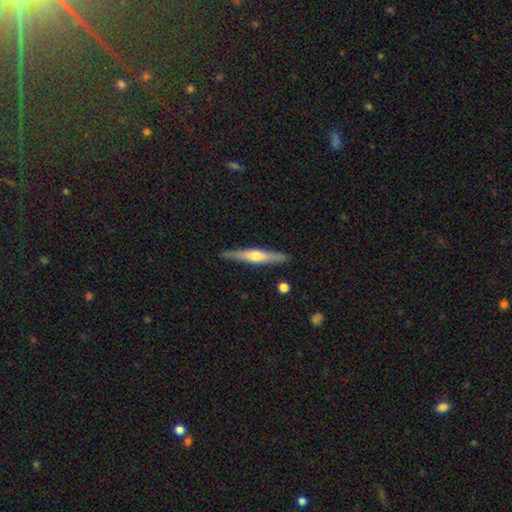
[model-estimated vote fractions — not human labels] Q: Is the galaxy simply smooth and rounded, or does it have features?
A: featured or disk — 62%.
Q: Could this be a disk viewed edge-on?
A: yes — 96%.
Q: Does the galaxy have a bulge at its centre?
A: rounded — 87%.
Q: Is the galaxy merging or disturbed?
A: none — 87%.